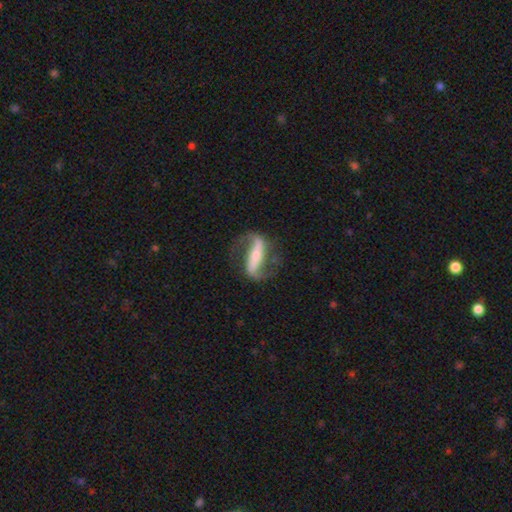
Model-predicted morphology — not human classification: featured or disk 82%, smooth 13%, star or artifact 5%. Down the decision tree: edge-on disk — no (83%); bar — strong (70%); spiral arms — yes (91%); spiral arm count — 2 (90%); spiral winding — loose (61%); bulge size — small (50%); merging — none (70%).